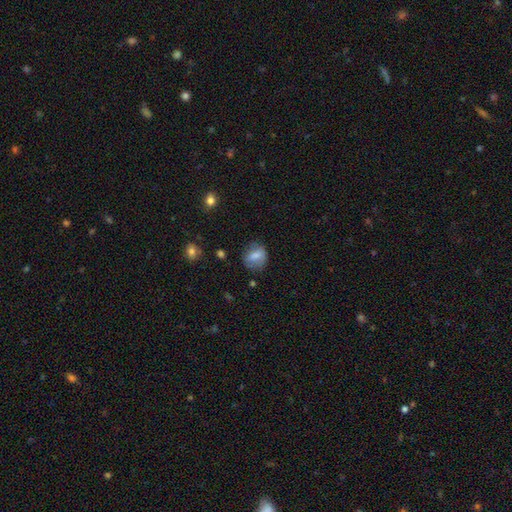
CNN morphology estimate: Smooth or featured? Predicted: smooth (p=0.72). How rounded? Predicted: round (p=0.52). Merging? Predicted: none (p=0.66).